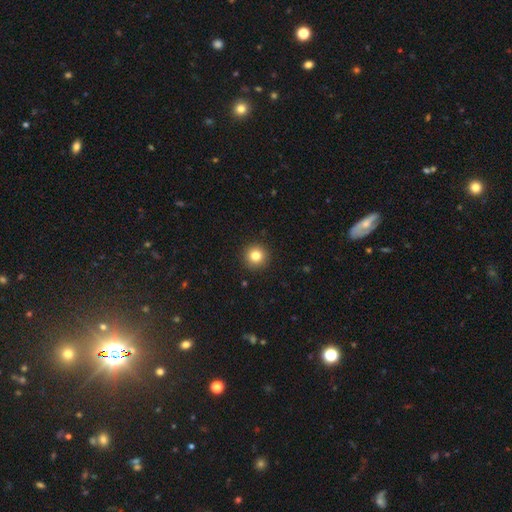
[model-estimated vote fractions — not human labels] smooth-or-featured: smooth: 82% | star or artifact: 12% | featured or disk: 7%
  how-rounded: round: 96% | in between: 4% | cigar-shaped: 1%
  merging: none: 93% | minor disturbance: 5% | major disturbance: 2% | merger: 1%